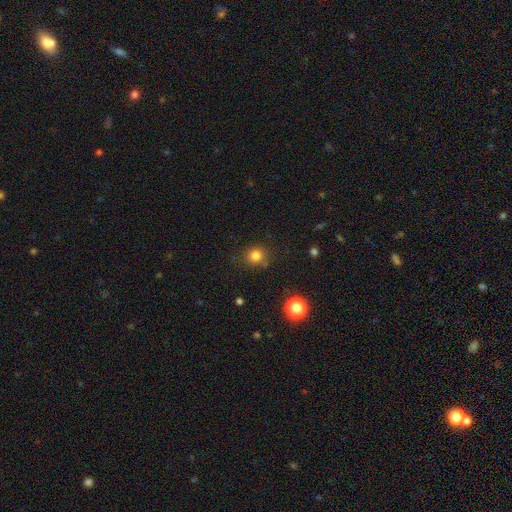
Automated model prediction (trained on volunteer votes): Overall: smooth (80%). How rounded: round (87%). Merging: none (80%).